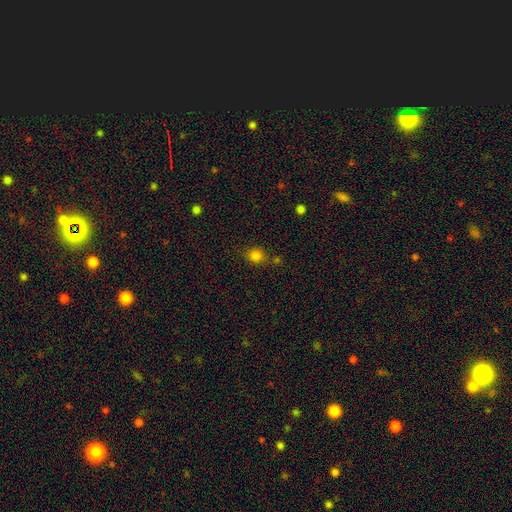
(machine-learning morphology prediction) Smooth or featured: smooth — 81% (star or artifact — 14%)
How rounded: round — 79% (in between — 20%)
Merging: none — 74% (minor disturbance — 13%)